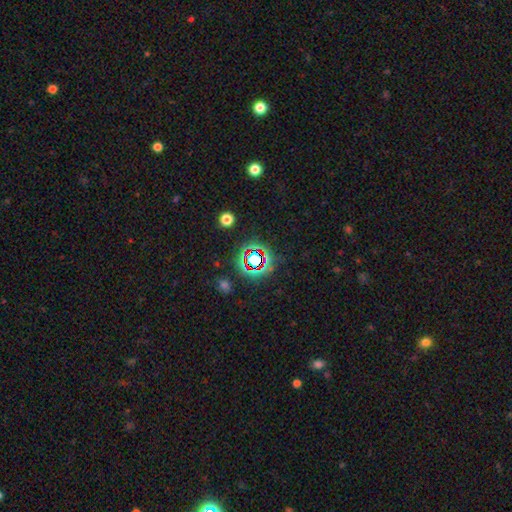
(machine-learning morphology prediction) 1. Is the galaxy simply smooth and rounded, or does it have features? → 73% star or artifact, 17% smooth, 10% featured or disk.